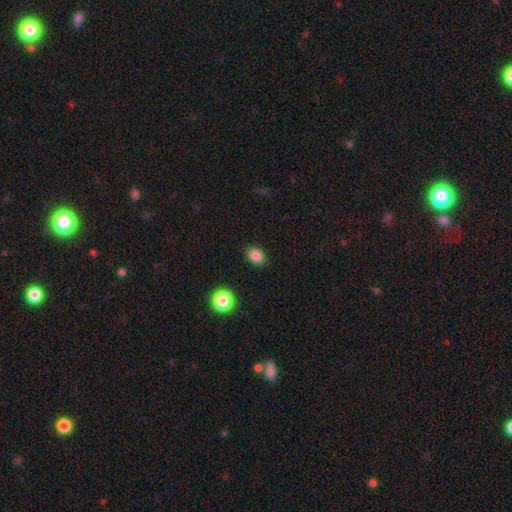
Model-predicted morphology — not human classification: Q: Smooth or featured?
A: smooth (85%); runner-up: star or artifact (11%)
Q: How rounded?
A: in between (74%); runner-up: round (25%)
Q: Merging?
A: none (86%); runner-up: minor disturbance (10%)